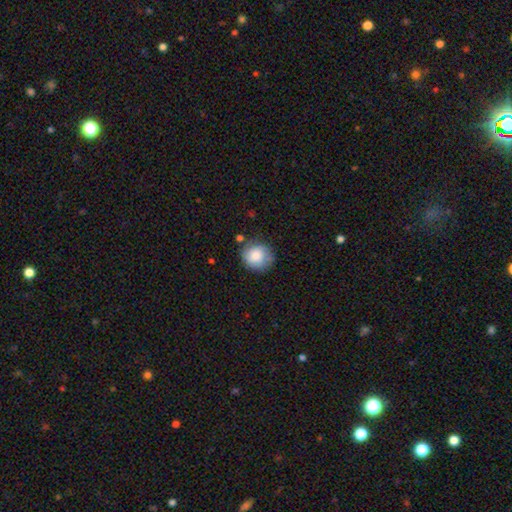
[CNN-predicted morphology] smooth_or_featured: smooth (p=0.80) [alt: featured or disk p=0.12]
how_rounded: round (p=0.87) [alt: in between p=0.12]
merging: none (p=0.74) [alt: minor disturbance p=0.18]